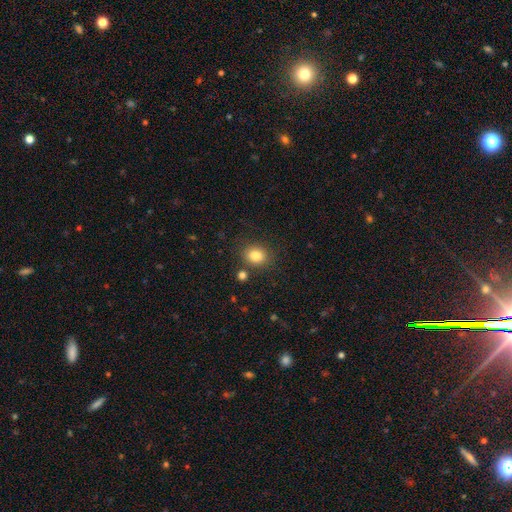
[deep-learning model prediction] This appears to be a smooth galaxy with no disk features (83%) that is round (66%). Merging: none (82%).